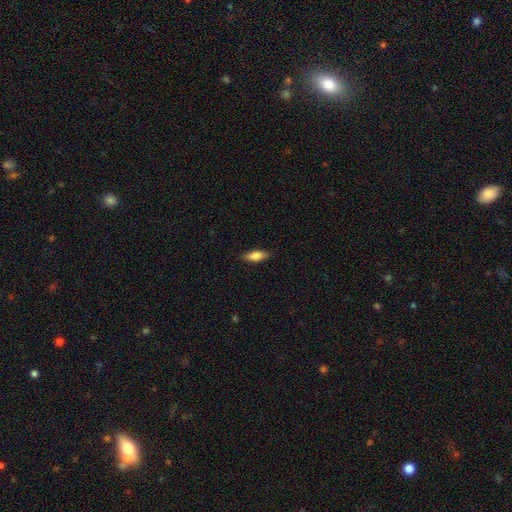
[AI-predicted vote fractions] Q: Smooth or featured?
A: smooth (79%); runner-up: featured or disk (15%)
Q: How rounded?
A: in between (73%); runner-up: cigar-shaped (24%)
Q: Merging?
A: none (85%); runner-up: minor disturbance (11%)